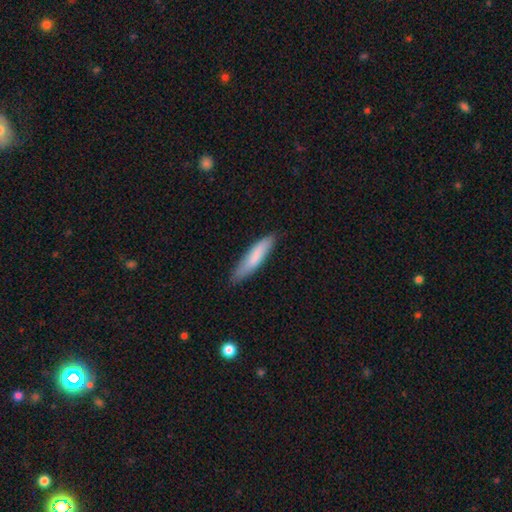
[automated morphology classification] This appears to be a smooth galaxy with no disk features (79%) that is cigar-shaped (79%). Merging: none (81%).